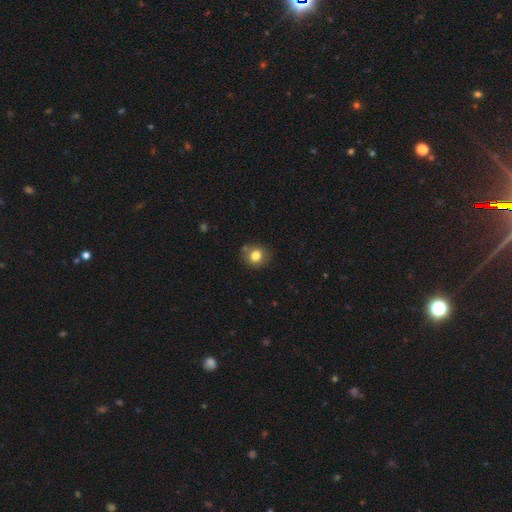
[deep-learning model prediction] Smooth or featured?
  - smooth: 80% *
  - star or artifact: 11%
  - featured or disk: 9%
How rounded?
  - round: 83% *
  - in between: 16%
  - cigar-shaped: 1%
Merging?
  - none: 78% *
  - minor disturbance: 13%
  - merger: 5%
  - major disturbance: 3%